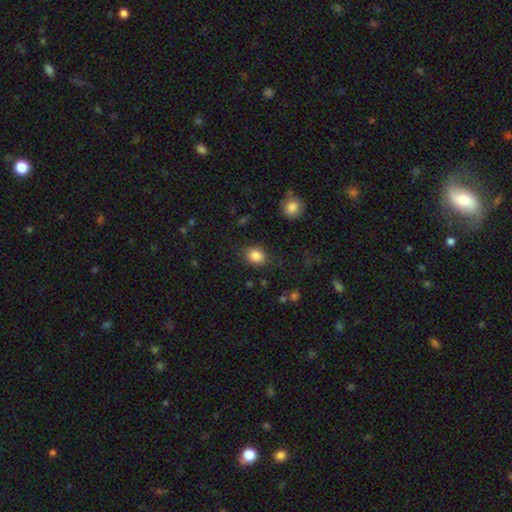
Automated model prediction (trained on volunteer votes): smooth 85%, star or artifact 9%, featured or disk 6%. Down the decision tree: how rounded — in between (60%); merging — none (82%).